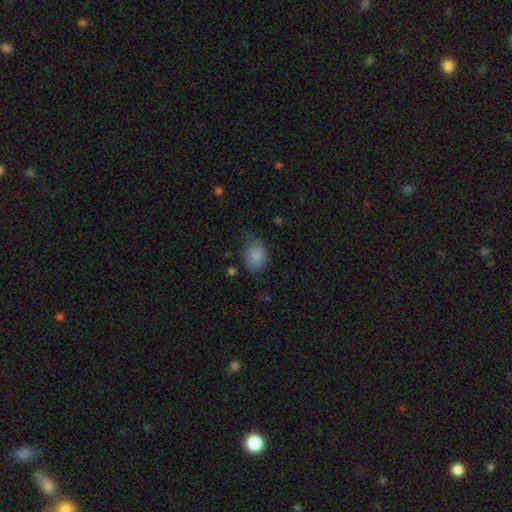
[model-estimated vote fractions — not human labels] A smooth galaxy with no disk features (85%) that is in between round and cigar-shaped (63%).

Vote fractions:
- Smooth or featured? smooth: 85% / star or artifact: 9% / featured or disk: 6%
- How rounded? in between: 63% / round: 36% / cigar-shaped: 1%
- Merging? none: 59% / minor disturbance: 31% / major disturbance: 8% / merger: 2%